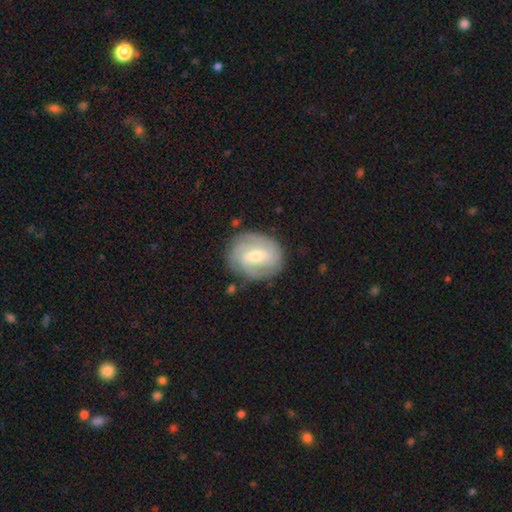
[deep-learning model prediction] Overall: featured or disk (76%). Edge-on disk: no (97%). Bar: weak (52%; no 26%). Spiral arms: yes (91%). Spiral arm count: 2 (31%; can't tell 27%). Spiral winding: tight (55%; medium 33%). Bulge size: moderate (58%; small 37%). Merging: none (79%).